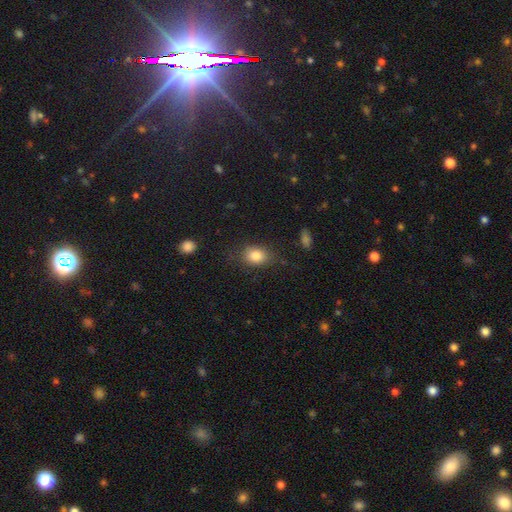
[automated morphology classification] A smooth galaxy with no disk features (84%) that is in between round and cigar-shaped (59%).

Vote fractions:
- Smooth or featured? smooth: 84% / star or artifact: 9% / featured or disk: 7%
- How rounded? in between: 59% / round: 40% / cigar-shaped: 1%
- Merging? none: 77% / minor disturbance: 16% / major disturbance: 5% / merger: 2%